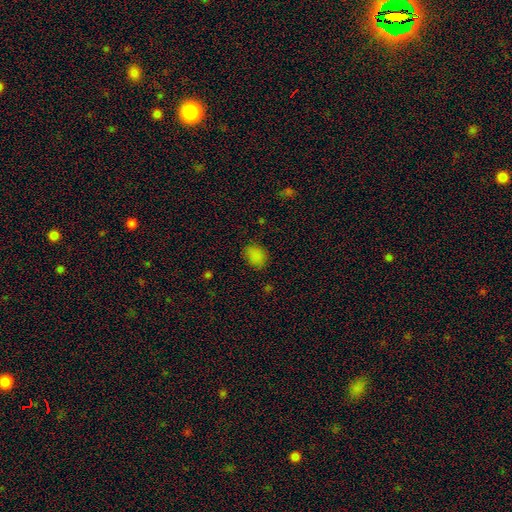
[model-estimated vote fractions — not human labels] This appears to be a smooth galaxy with no disk features (82%) that is in between round and cigar-shaped (63%). Merging: none (80%).